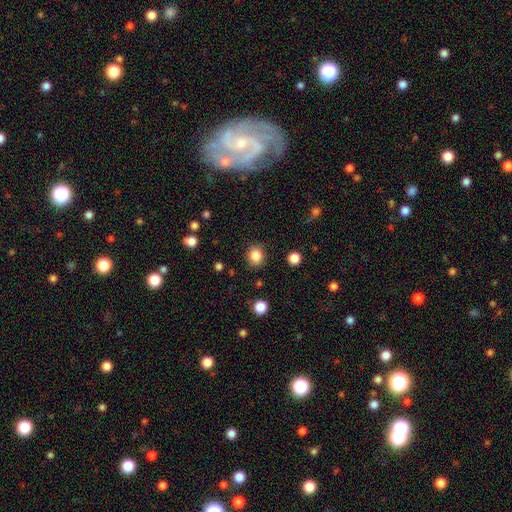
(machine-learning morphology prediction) Smooth or featured?
  - smooth: 85% *
  - star or artifact: 11%
  - featured or disk: 4%
How rounded?
  - round: 79% *
  - in between: 20%
  - cigar-shaped: 1%
Merging?
  - none: 87% *
  - minor disturbance: 8%
  - major disturbance: 3%
  - merger: 2%